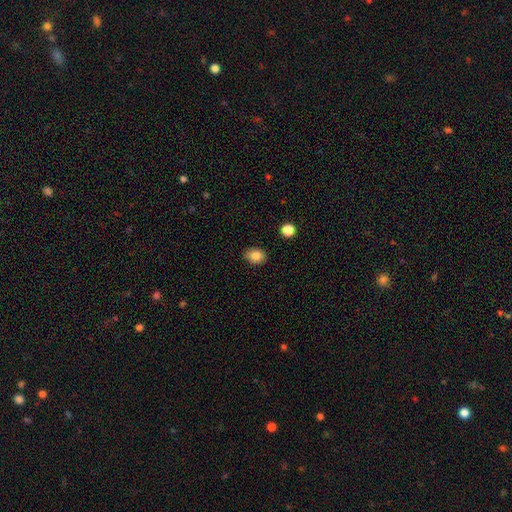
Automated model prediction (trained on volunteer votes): Smooth or featured: smooth — 84% (star or artifact — 9%)
How rounded: in between — 64% (round — 35%)
Merging: none — 88% (minor disturbance — 8%)